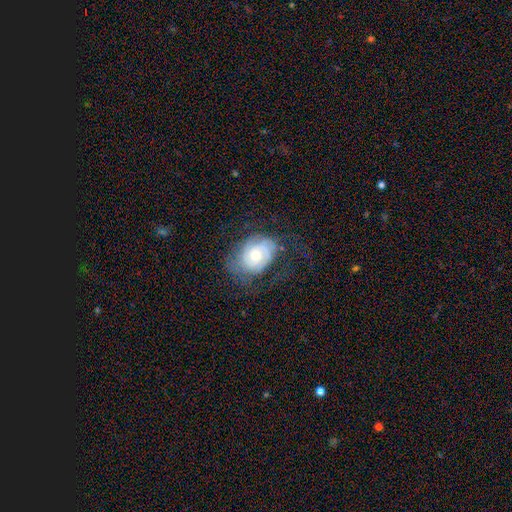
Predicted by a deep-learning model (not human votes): The model was most divided on "spiral arm count": can't tell: 41%, 2: 33%, 3: 10%, 1: 10%, 4: 4%, more than 4: 3%. More confident: edge-on disk — no (96%); spiral arms — yes (83%); bar — no (77%); bulge size — moderate (65%); smooth or featured — featured or disk (63%); spiral winding — tight (56%); merging — none (55%).